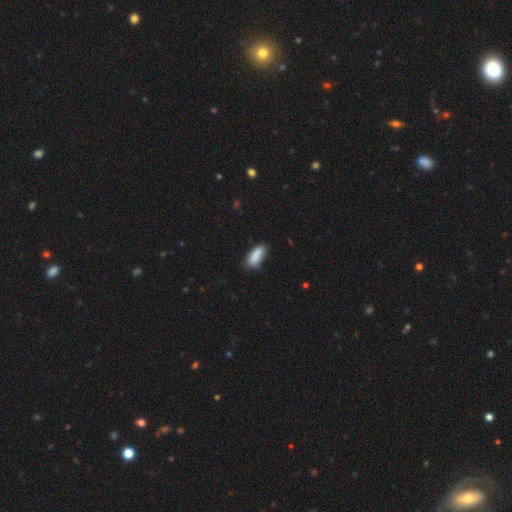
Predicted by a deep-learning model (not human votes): This is clearly a smooth galaxy (86%). How rounded: likely in between (79%). Merging: likely none (70%).